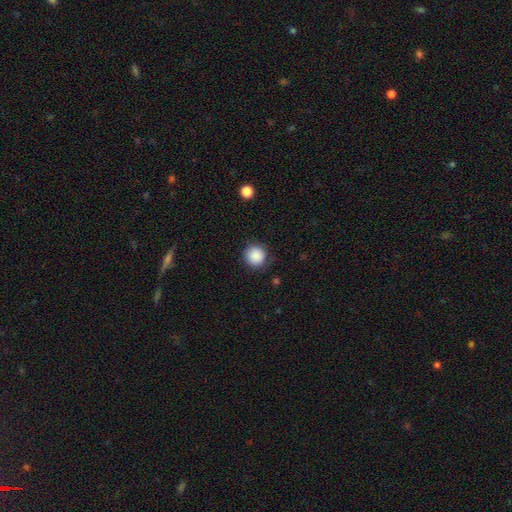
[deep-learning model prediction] Morphology: type=smooth (88%); roundness=round (95%); merging=none (87%).